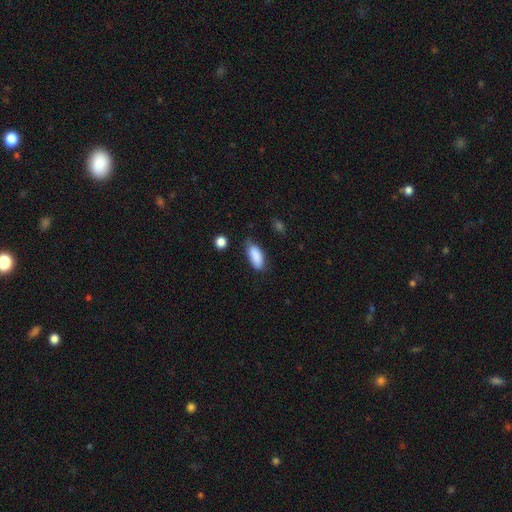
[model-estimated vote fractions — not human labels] Morphology: type=smooth (88%); roundness=in between (86%); merging=none (67%).